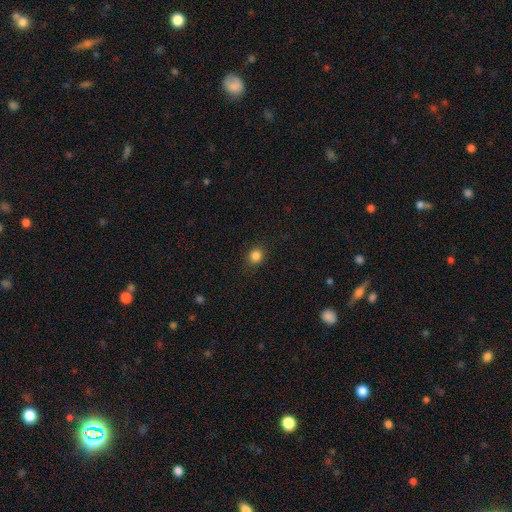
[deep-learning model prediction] Smooth or featured?
  - smooth: 85% *
  - star or artifact: 12%
  - featured or disk: 3%
How rounded?
  - round: 80% *
  - in between: 19%
  - cigar-shaped: 1%
Merging?
  - none: 89% *
  - minor disturbance: 7%
  - major disturbance: 2%
  - merger: 1%